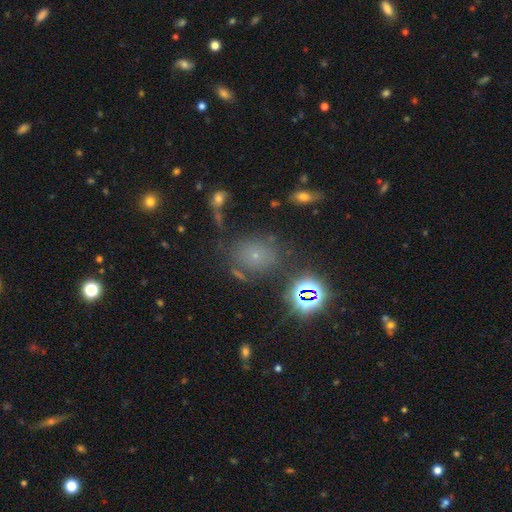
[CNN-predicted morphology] smooth_or_featured: smooth (p=0.46) [alt: star or artifact p=0.37]
merging: none (p=0.69) [alt: minor disturbance p=0.16]